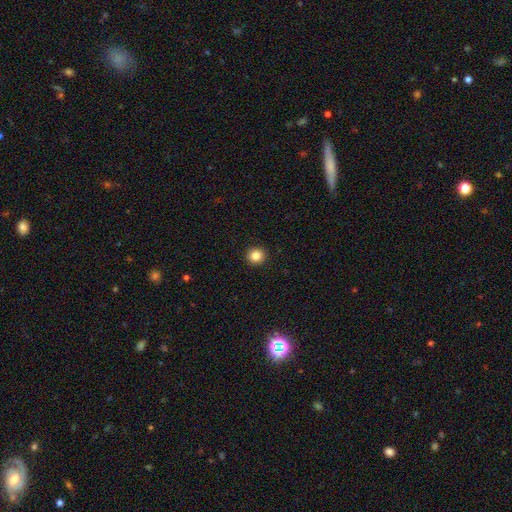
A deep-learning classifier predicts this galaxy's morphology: This appears to be a smooth galaxy with no disk features (85%) that is round (93%). Merging: none (93%).